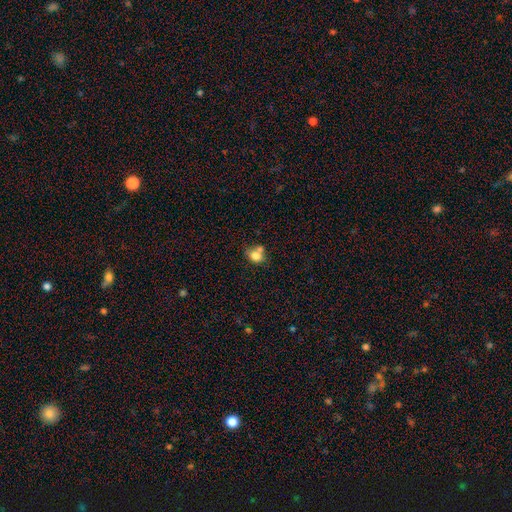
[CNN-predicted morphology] This appears to be a smooth galaxy with no disk features (78%) that is round (54%). Merging: none (46%).